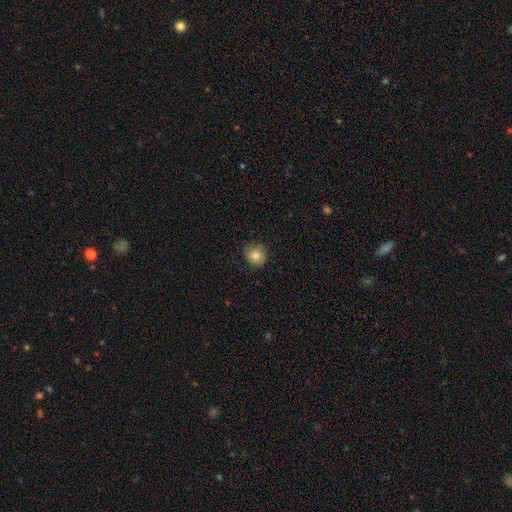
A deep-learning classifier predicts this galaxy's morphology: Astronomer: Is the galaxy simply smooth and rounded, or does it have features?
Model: smooth — 82%.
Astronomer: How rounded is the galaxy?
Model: round — 85%.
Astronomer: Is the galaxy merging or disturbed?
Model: none — 78%.